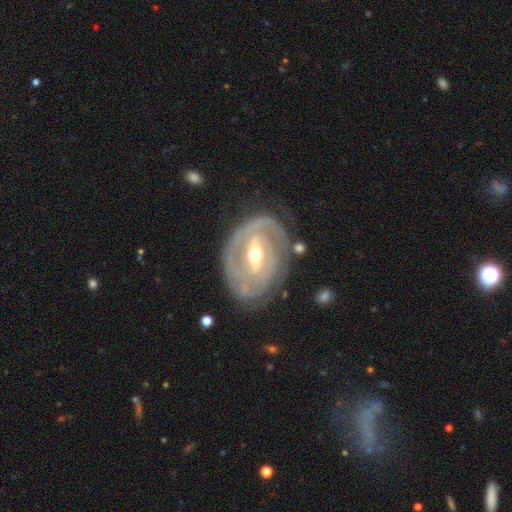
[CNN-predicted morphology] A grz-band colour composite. It shows a featured or disk galaxy (83%) with a weak bar (42%), 2 (48%) tight (65%) spiral arms (83%) and a moderate central bulge (62%). Merging: none (68%).